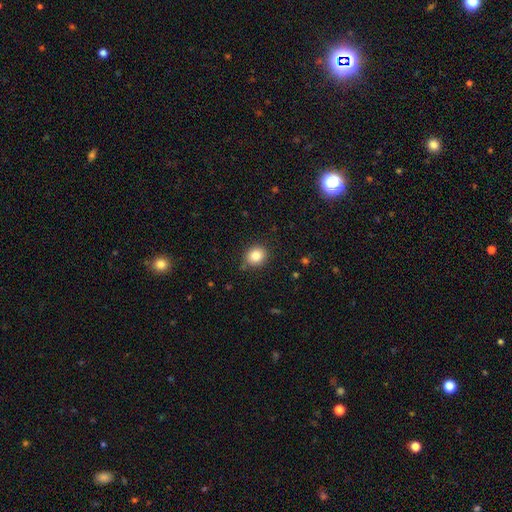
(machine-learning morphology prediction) Smooth or featured? smooth (84%)
How rounded? round (74%)
Merging? none (84%)